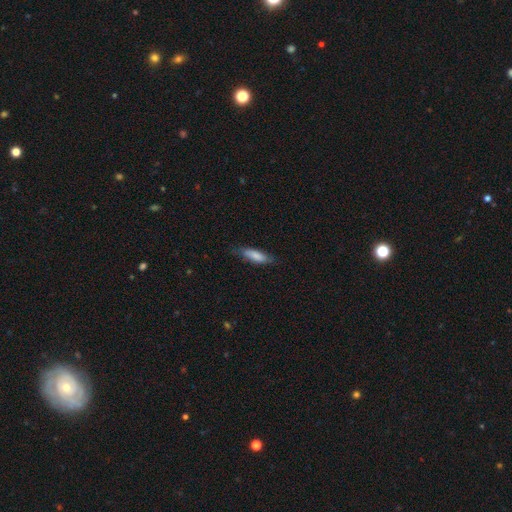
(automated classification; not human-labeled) Smooth or featured: smooth — 80% (featured or disk — 14%)
How rounded: cigar-shaped — 50% (in between — 49%)
Merging: none — 70% (minor disturbance — 23%)